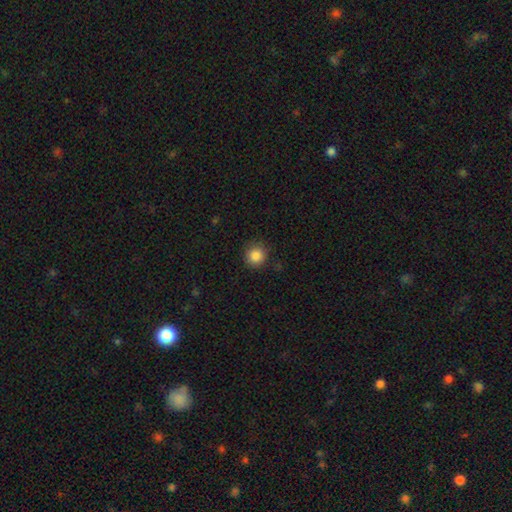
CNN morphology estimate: smooth 87%, star or artifact 10%, featured or disk 4%. Down the decision tree: how rounded — round (93%); merging — none (87%).